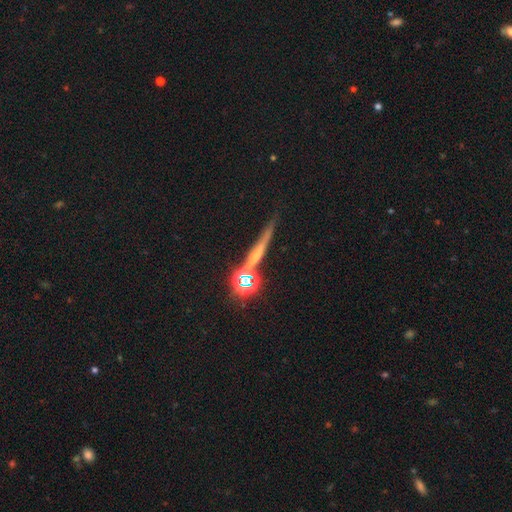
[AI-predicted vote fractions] smooth-or-featured: featured or disk: 39% | star or artifact: 34% | smooth: 27%
  merging: none: 71% | minor disturbance: 13% | merger: 10% | major disturbance: 6%